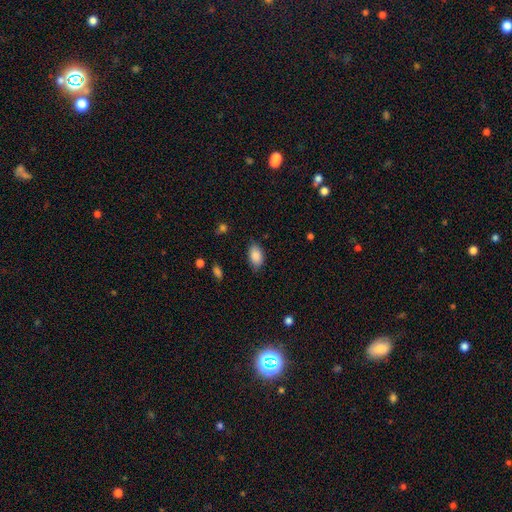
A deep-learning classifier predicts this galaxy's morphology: The model was most divided on "merging": none: 80%, minor disturbance: 15%, major disturbance: 3%, merger: 1%. More confident: how rounded — in between (92%); smooth or featured — smooth (88%).